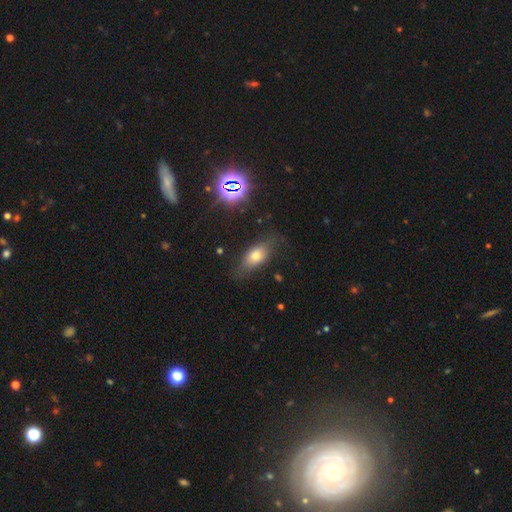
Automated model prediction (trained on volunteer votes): Q: Smooth or featured?
A: smooth (65%); runner-up: featured or disk (22%)
Q: How rounded?
A: in between (79%); runner-up: cigar-shaped (11%)
Q: Merging?
A: none (69%); runner-up: minor disturbance (21%)